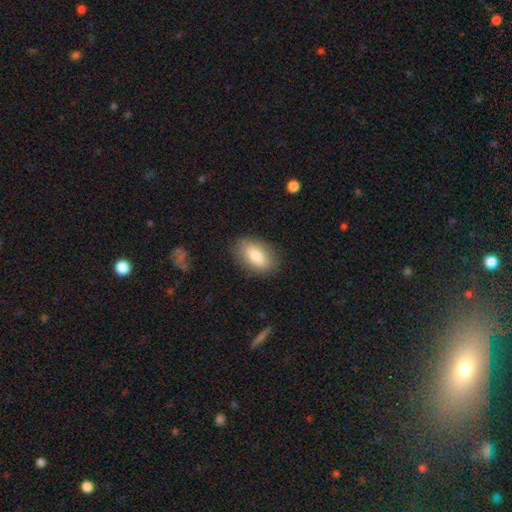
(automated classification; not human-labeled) Morphology: type=smooth (81%); roundness=in between (91%); merging=none (85%).